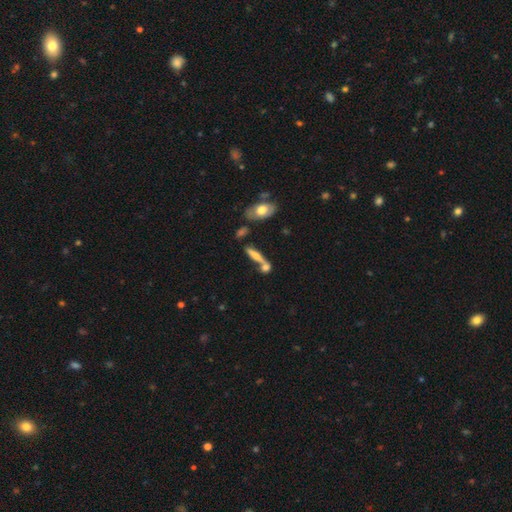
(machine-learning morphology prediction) Smooth or featured?
  - smooth: 50% *
  - featured or disk: 41%
  - star or artifact: 10%
Merging?
  - none: 45% *
  - merger: 36%
  - minor disturbance: 13%
  - major disturbance: 6%